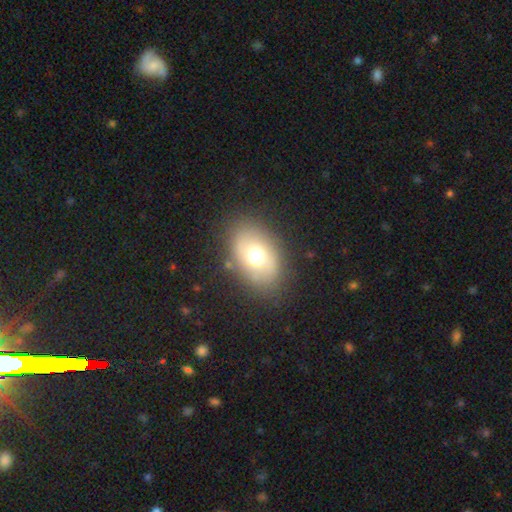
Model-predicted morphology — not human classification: Q: Smooth or featured?
A: smooth (65%); runner-up: featured or disk (24%)
Q: How rounded?
A: in between (80%); runner-up: round (18%)
Q: Merging?
A: none (81%); runner-up: minor disturbance (13%)